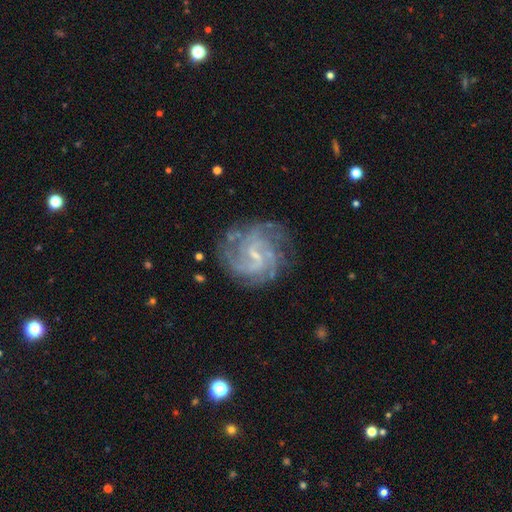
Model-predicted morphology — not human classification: smooth_or_featured: featured or disk (p=0.86) [alt: star or artifact p=0.07]
disk_edge_on: no (p=0.98) [alt: yes p=0.02]
bar: weak (p=0.60) [alt: no p=0.24]
has_spiral_arms: yes (p=0.95) [alt: no p=0.05]
spiral_winding: tight (p=0.48) [alt: medium p=0.41]
spiral_arm_count: can't tell (p=0.28) [alt: 3 p=0.22]
bulge_size: small (p=0.65) [alt: none p=0.17]
merging: none (p=0.73) [alt: minor disturbance p=0.16]